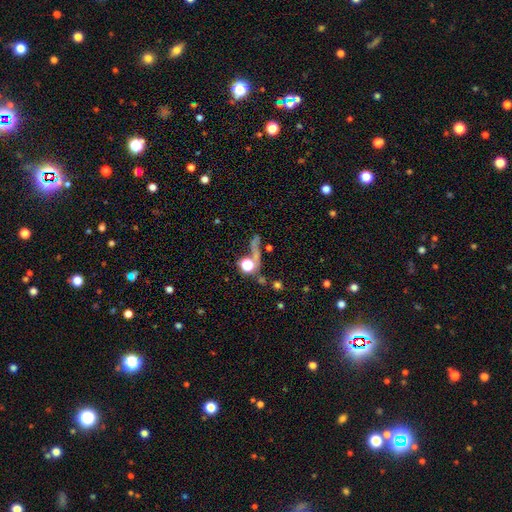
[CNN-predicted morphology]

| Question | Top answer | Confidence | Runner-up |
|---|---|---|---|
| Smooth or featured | star or artifact | 46% | smooth (36%) |